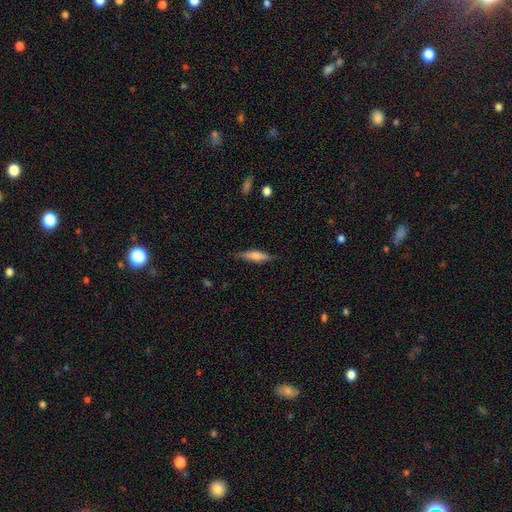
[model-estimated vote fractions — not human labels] A smooth galaxy with no disk features (59%) that is cigar-shaped (74%). Merging: none (82%).